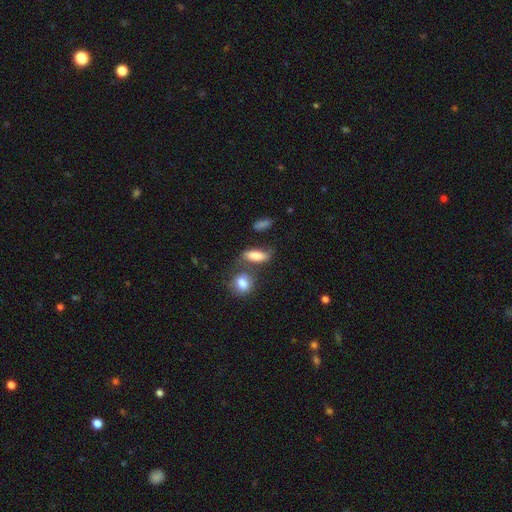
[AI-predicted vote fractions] smooth_or_featured: smooth (p=0.78) [alt: featured or disk p=0.13]
how_rounded: in between (p=0.68) [alt: cigar-shaped p=0.25]
merging: none (p=0.50) [alt: merger p=0.22]